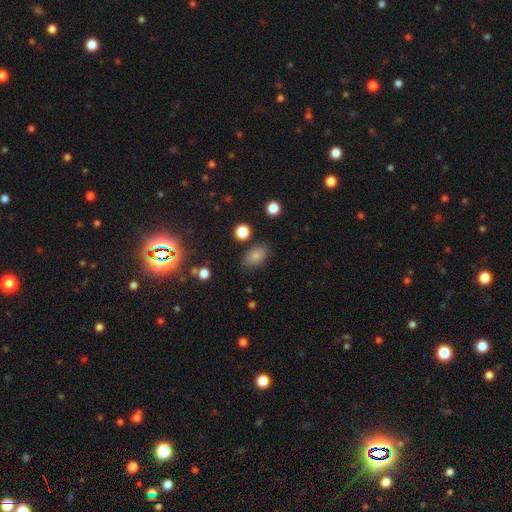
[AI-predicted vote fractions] smooth 83%, star or artifact 10%, featured or disk 7%. Down the decision tree: how rounded — in between (88%); merging — none (80%).